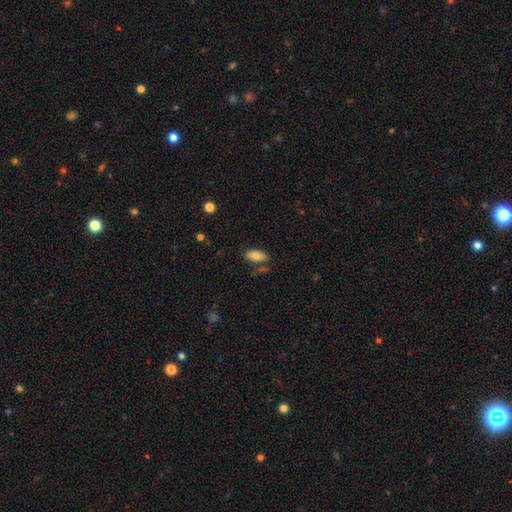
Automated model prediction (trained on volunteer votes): smooth-or-featured: smooth: 76% | featured or disk: 17% | star or artifact: 8%
  how-rounded: in between: 88% | cigar-shaped: 9% | round: 3%
  merging: none: 71% | minor disturbance: 17% | merger: 7% | major disturbance: 4%